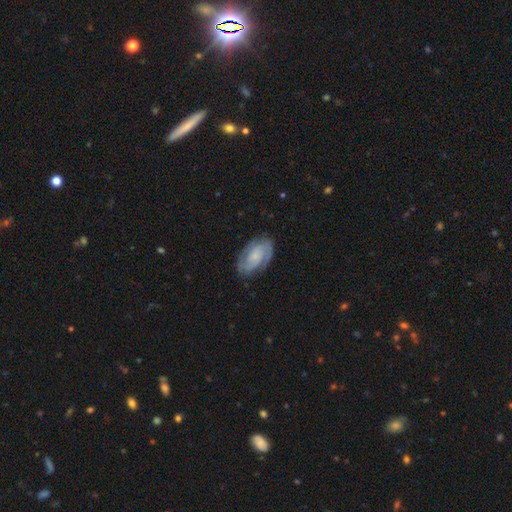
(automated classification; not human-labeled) Morphology: type=featured or disk (74%); edge-on=no (97%); bar=no (62%); spiral arms=yes (93%); winding=tight (52%); arm count=2 (68%); bulge=small (60%); merging=none (79%).